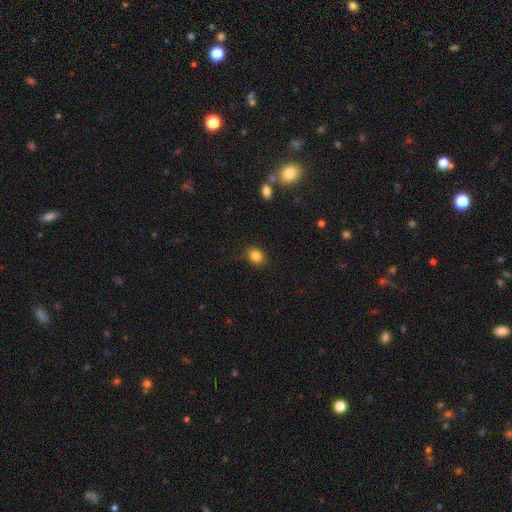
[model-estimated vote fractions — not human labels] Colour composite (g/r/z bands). It shows a smooth galaxy with no disk features (84%) that is in between round and cigar-shaped (56%). Merging: none (84%).